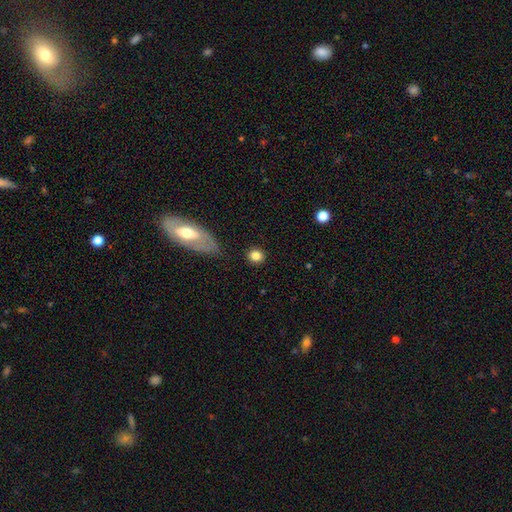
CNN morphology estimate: smooth_or_featured: smooth (p=0.85) [alt: star or artifact p=0.09]
how_rounded: round (p=0.85) [alt: in between p=0.13]
merging: none (p=0.88) [alt: minor disturbance p=0.07]